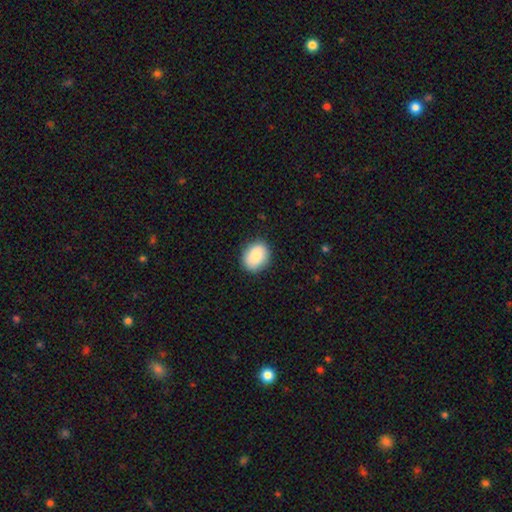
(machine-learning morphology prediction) A smooth galaxy with no disk features (86%) that is round (50%).

Vote fractions:
- Smooth or featured? smooth: 86% / featured or disk: 7% / star or artifact: 7%
- How rounded? round: 50% / in between: 49% / cigar-shaped: 1%
- Merging? none: 86% / minor disturbance: 10% / major disturbance: 2% / merger: 1%